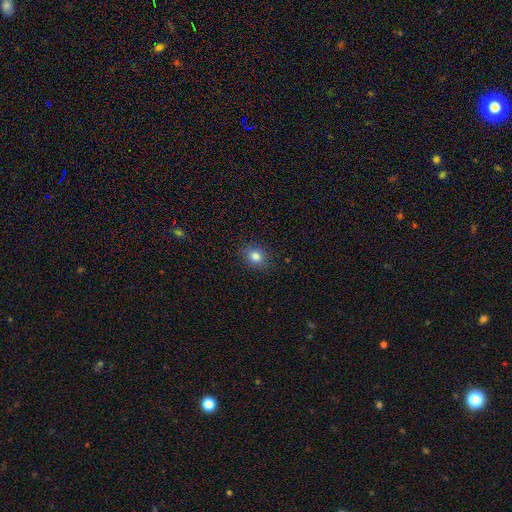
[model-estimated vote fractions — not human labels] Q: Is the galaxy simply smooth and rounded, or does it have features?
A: smooth — 82%.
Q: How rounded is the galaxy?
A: round — 65%.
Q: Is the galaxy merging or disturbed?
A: none — 87%.